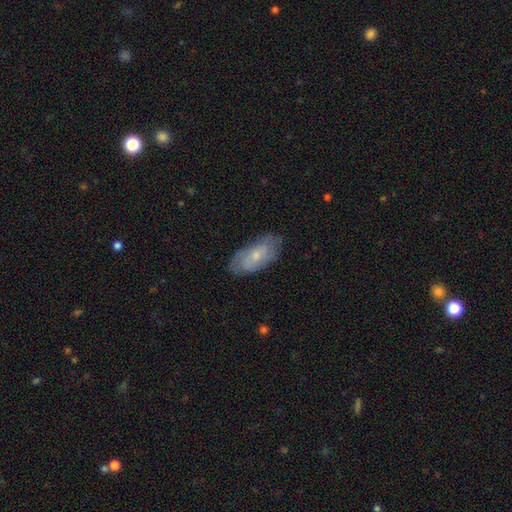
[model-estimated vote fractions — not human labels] Morphology: type=smooth (49%); merging=none (74%).